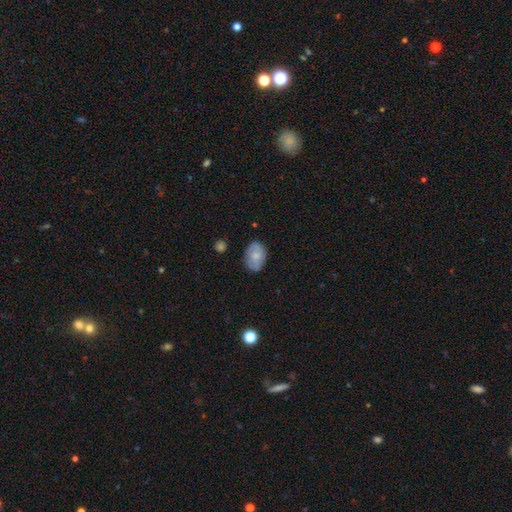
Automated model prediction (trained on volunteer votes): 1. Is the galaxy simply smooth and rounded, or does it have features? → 67% smooth, 26% featured or disk, 7% star or artifact.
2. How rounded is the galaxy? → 84% in between, 15% round, 1% cigar-shaped.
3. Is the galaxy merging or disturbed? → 79% none, 16% minor disturbance, 3% major disturbance, 1% merger.